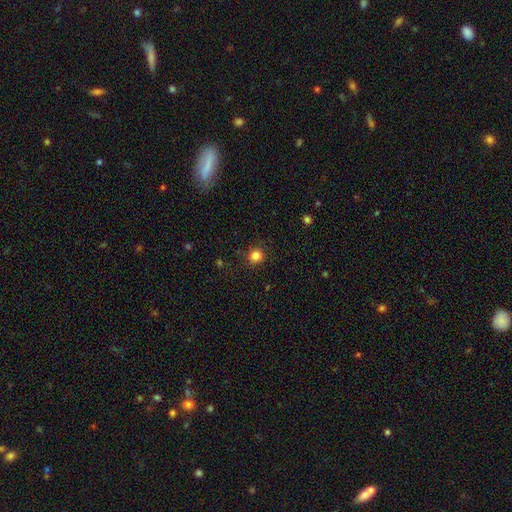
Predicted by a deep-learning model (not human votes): Smooth or featured: smooth — 84% (star or artifact — 12%)
How rounded: round — 90% (in between — 9%)
Merging: none — 88% (minor disturbance — 8%)